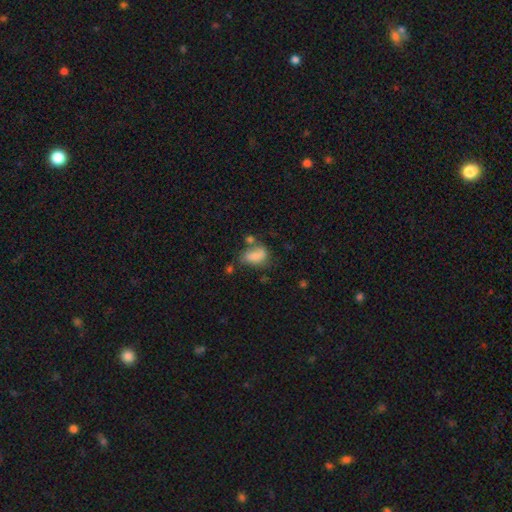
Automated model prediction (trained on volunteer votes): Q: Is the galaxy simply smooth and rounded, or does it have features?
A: smooth — 78%.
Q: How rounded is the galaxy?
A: in between — 86%.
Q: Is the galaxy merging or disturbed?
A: none — 38%.